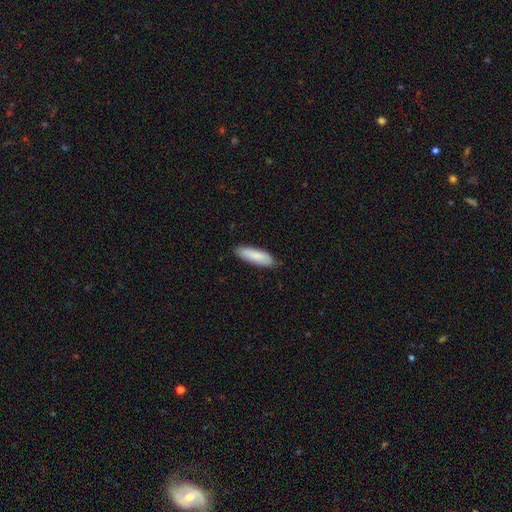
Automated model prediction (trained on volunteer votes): smooth-or-featured: smooth: 85% | featured or disk: 10% | star or artifact: 5%
  how-rounded: in between: 52% | cigar-shaped: 46% | round: 1%
  merging: none: 83% | minor disturbance: 14% | major disturbance: 2% | merger: 1%